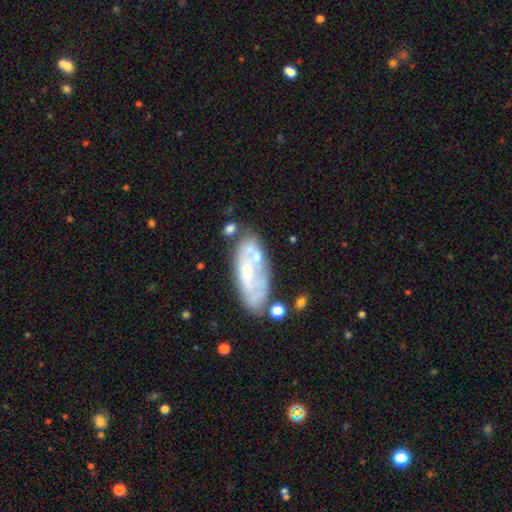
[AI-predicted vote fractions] This appears to be a featured or disk galaxy (58%) with no bar (68%), no spiral arms (63%) and a moderate central bulge (33%). Merging: none (48%).